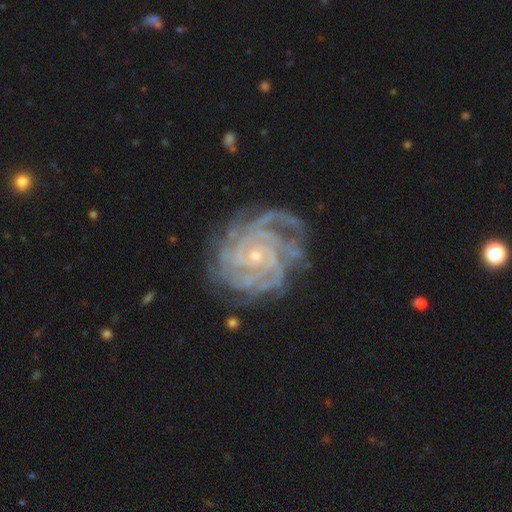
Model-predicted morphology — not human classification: The model was most divided on "spiral arm count": 4: 28%, more than 4: 21%, can't tell: 19%, 3: 14%, 2: 10%, 1: 8%. More confident: spiral arms — yes (98%); edge-on disk — no (98%); smooth or featured — featured or disk (90%); bulge size — small (81%); spiral winding — tight (78%); merging — none (71%); bar — no (71%).